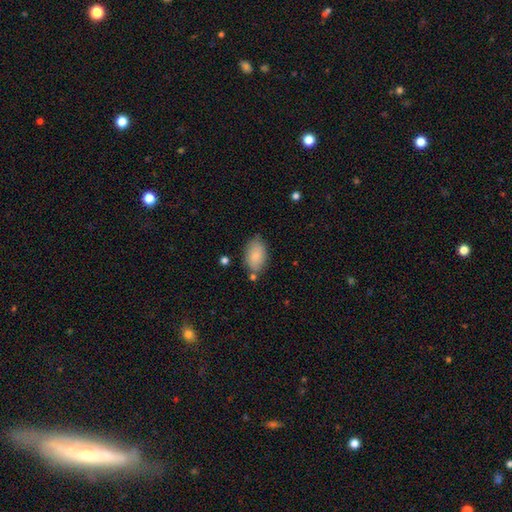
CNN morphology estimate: This is clearly a smooth galaxy (85%). How rounded: clearly in between (93%). Merging: likely none (72%).